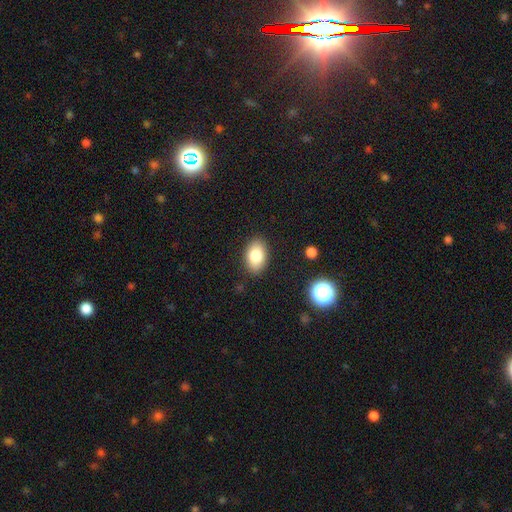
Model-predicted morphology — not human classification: Smooth or featured?
  - smooth: 82% *
  - featured or disk: 9%
  - star or artifact: 8%
How rounded?
  - in between: 88% *
  - round: 10%
  - cigar-shaped: 1%
Merging?
  - none: 87% *
  - minor disturbance: 10%
  - major disturbance: 2%
  - merger: 1%